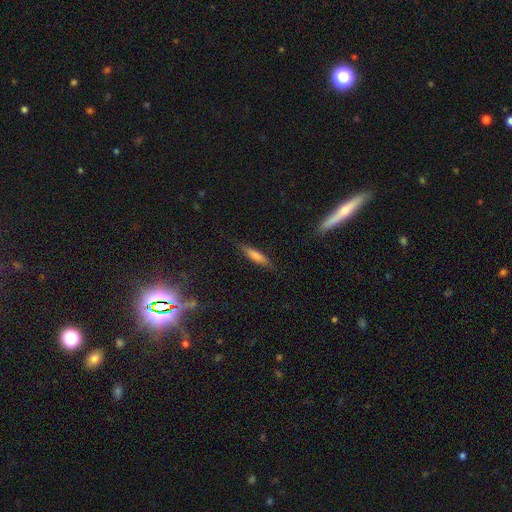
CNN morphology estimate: smooth_or_featured: smooth (p=0.63) [alt: featured or disk p=0.27]
how_rounded: cigar-shaped (p=0.80) [alt: in between p=0.18]
merging: none (p=0.83) [alt: minor disturbance p=0.12]